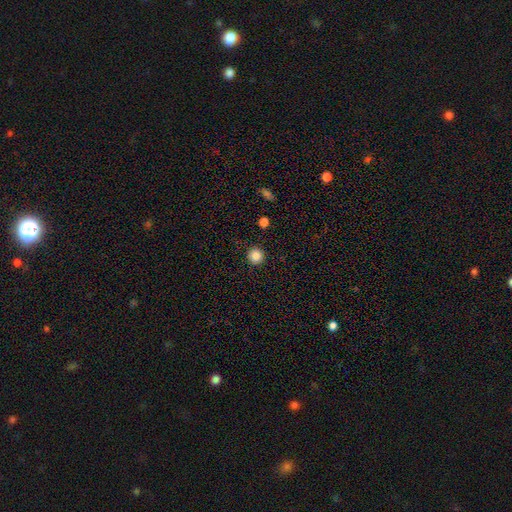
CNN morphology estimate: Smooth or featured: smooth — 85% (star or artifact — 10%)
How rounded: round — 95% (in between — 4%)
Merging: none — 91% (minor disturbance — 6%)